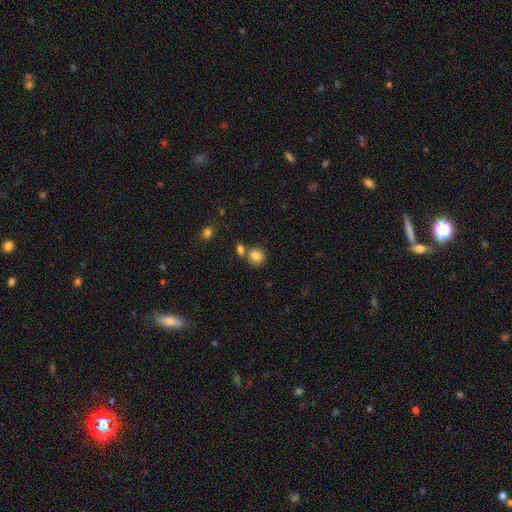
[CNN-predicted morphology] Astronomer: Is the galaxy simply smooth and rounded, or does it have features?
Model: smooth — 84%.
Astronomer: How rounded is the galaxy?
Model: round — 78%.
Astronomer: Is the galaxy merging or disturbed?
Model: none — 60%.